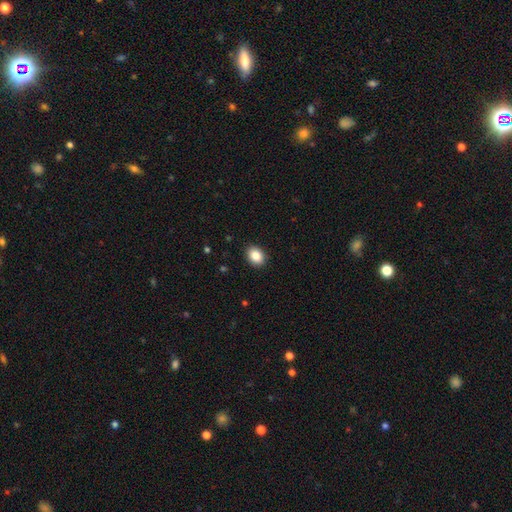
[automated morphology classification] type=smooth (86%); roundness=in between (61%); merging=none (90%).